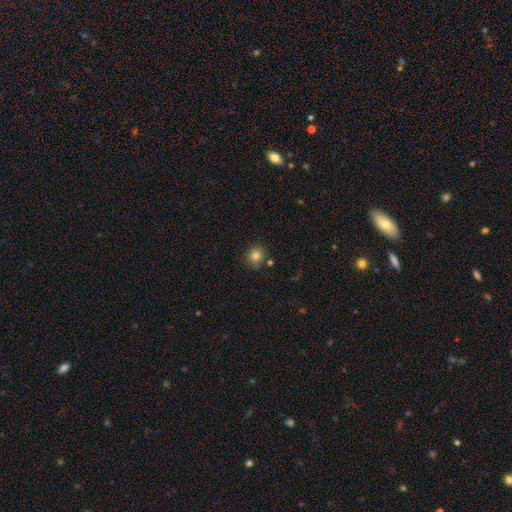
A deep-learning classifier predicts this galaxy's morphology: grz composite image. It shows a smooth galaxy with no disk features (81%) that is round (84%). Merging: none (81%).